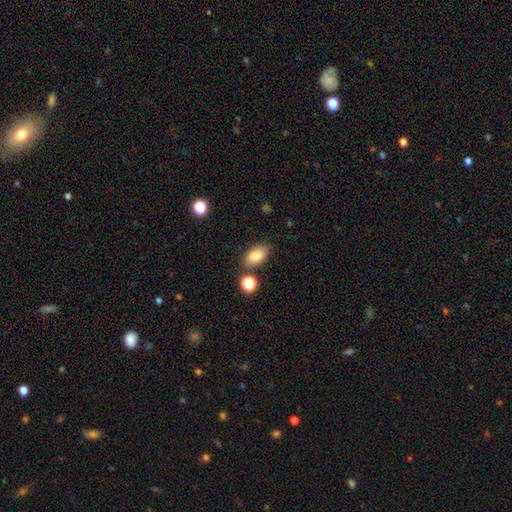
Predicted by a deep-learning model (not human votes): A smooth galaxy with no disk features (83%) that is in between round and cigar-shaped (90%).

Vote fractions:
- Smooth or featured? smooth: 83% / star or artifact: 9% / featured or disk: 9%
- How rounded? in between: 90% / round: 8% / cigar-shaped: 2%
- Merging? none: 78% / minor disturbance: 12% / merger: 8% / major disturbance: 3%